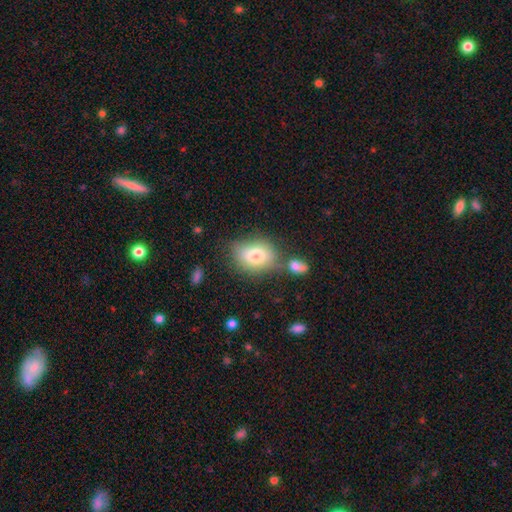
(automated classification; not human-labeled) Morphology: type=smooth (77%); roundness=in between (63%); merging=none (61%).